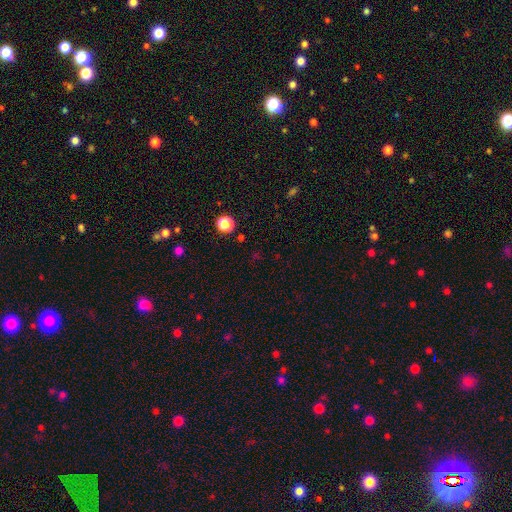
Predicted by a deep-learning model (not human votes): smooth_or_featured: star or artifact (p=0.54) [alt: smooth p=0.39]